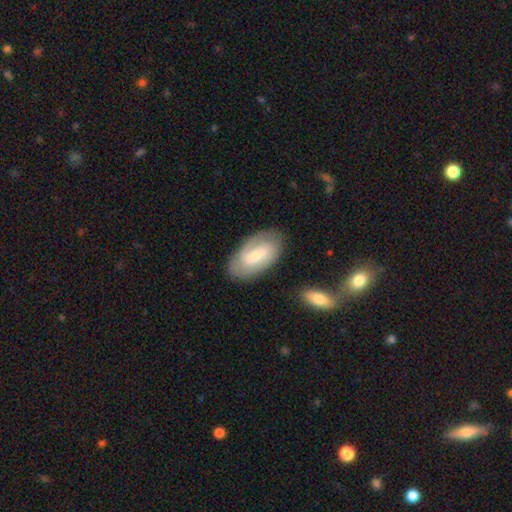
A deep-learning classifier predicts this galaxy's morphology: Overall: featured or disk (61%; smooth 33%). Edge-on disk: no (95%). Bar: weak (51%; no 30%). Spiral arms: yes (86%). Bulge size: small (61%; moderate 31%). Merging: none (79%).